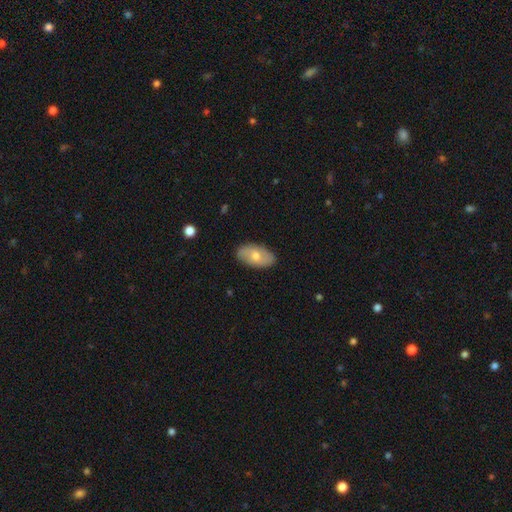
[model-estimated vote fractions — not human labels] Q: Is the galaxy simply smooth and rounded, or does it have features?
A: smooth — 57%.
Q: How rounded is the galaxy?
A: in between — 93%.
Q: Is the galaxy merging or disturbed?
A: none — 87%.